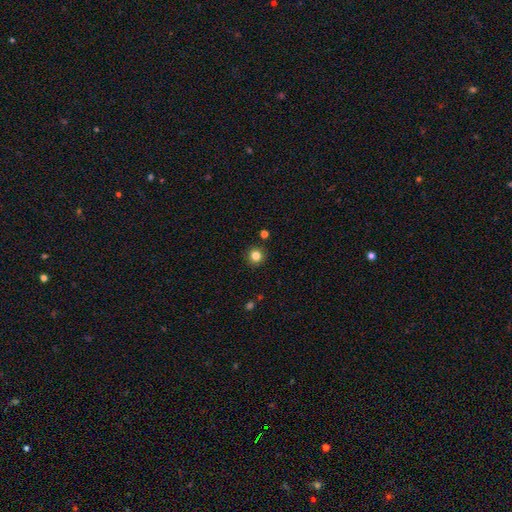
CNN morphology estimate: Smooth or featured?
  - smooth: 82% *
  - star or artifact: 13%
  - featured or disk: 5%
How rounded?
  - round: 93% *
  - in between: 6%
  - cigar-shaped: 1%
Merging?
  - none: 90% *
  - minor disturbance: 6%
  - major disturbance: 2%
  - merger: 2%